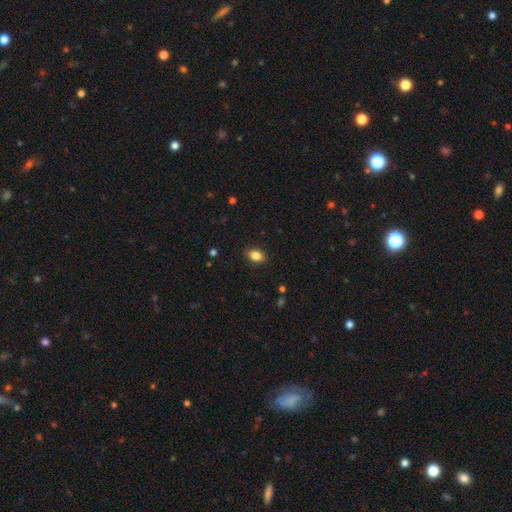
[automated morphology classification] smooth-or-featured: smooth: 85% | star or artifact: 9% | featured or disk: 6%
  how-rounded: in between: 84% | round: 14% | cigar-shaped: 2%
  merging: none: 88% | minor disturbance: 9% | major disturbance: 2% | merger: 1%